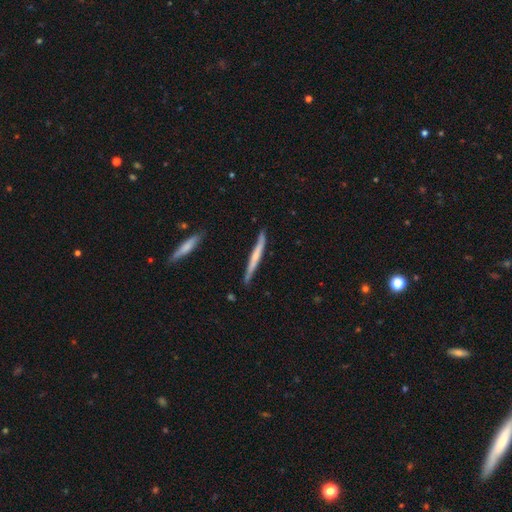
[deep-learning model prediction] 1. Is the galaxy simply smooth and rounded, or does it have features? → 50% featured or disk, 45% smooth, 5% star or artifact.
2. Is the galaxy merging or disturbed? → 84% none, 13% minor disturbance, 2% merger, 2% major disturbance.